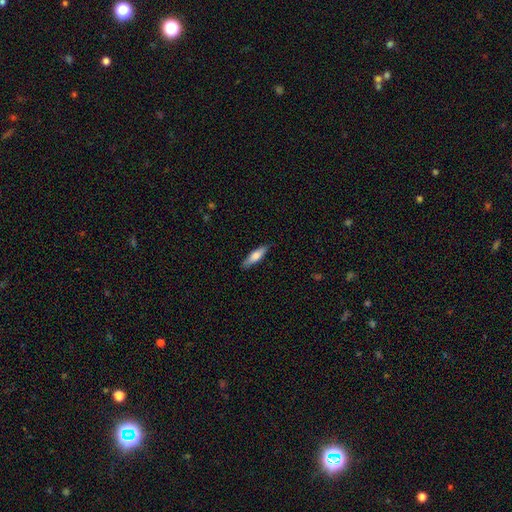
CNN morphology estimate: Q: Smooth or featured?
A: smooth (71%); runner-up: featured or disk (23%)
Q: How rounded?
A: cigar-shaped (62%); runner-up: in between (36%)
Q: Merging?
A: none (84%); runner-up: minor disturbance (13%)